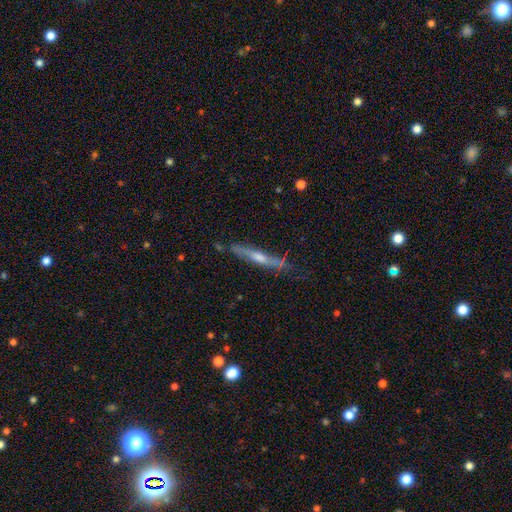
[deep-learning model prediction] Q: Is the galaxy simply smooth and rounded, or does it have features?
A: featured or disk — 66%.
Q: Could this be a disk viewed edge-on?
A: yes — 91%.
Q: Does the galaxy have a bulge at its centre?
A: rounded — 70%.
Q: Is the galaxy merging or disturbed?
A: none — 75%.